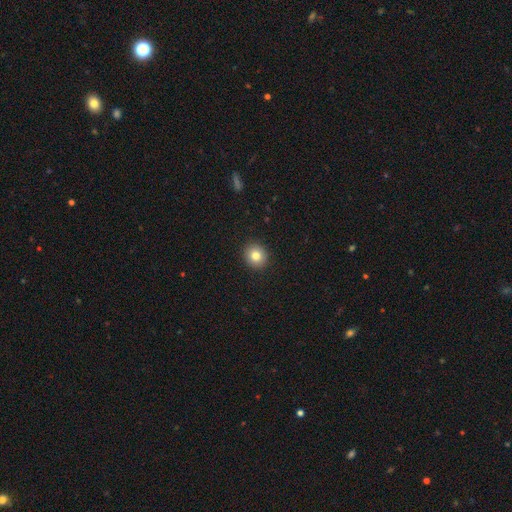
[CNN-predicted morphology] smooth 81%, star or artifact 10%, featured or disk 9%. Down the decision tree: how rounded — round (87%); merging — none (92%).